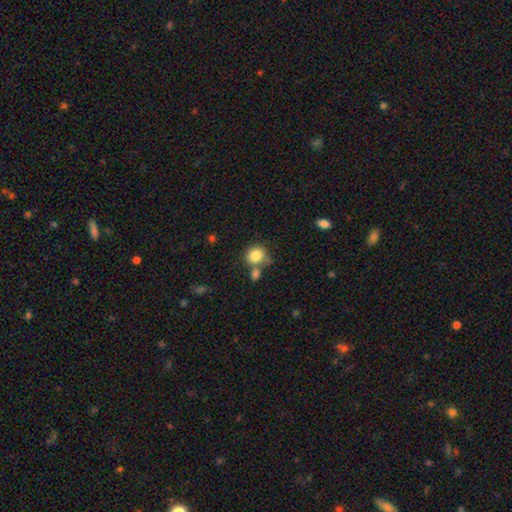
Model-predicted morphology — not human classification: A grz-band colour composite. It shows a smooth galaxy with no disk features (83%) that is round (83%). Merging: none (58%).